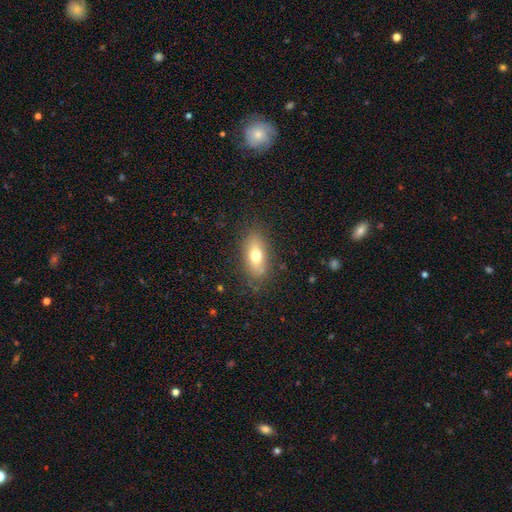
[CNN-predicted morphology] Smooth or featured? Predicted: smooth (p=0.69). How rounded? Predicted: in between (p=0.79). Merging? Predicted: none (p=0.83).